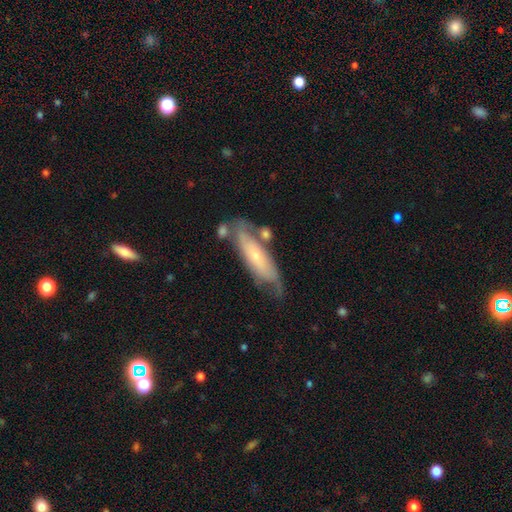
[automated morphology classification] The model was most divided on "smooth or featured": featured or disk: 56%, smooth: 38%, star or artifact: 6%. More confident: edge-on disk — no (71%); merging — none (52%).